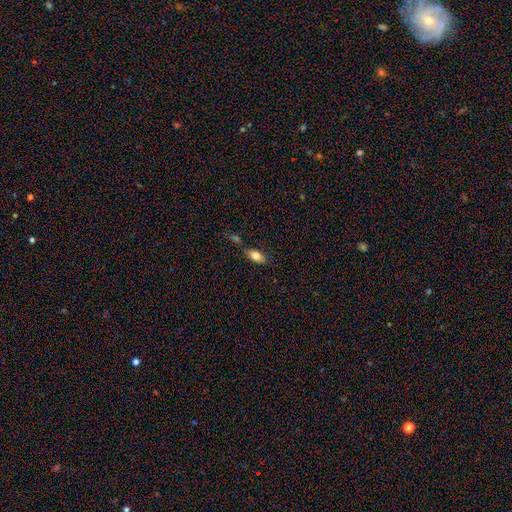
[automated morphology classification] smooth-or-featured: smooth: 81% | featured or disk: 11% | star or artifact: 8%
  how-rounded: in between: 88% | cigar-shaped: 8% | round: 4%
  merging: none: 65% | minor disturbance: 16% | merger: 13% | major disturbance: 5%